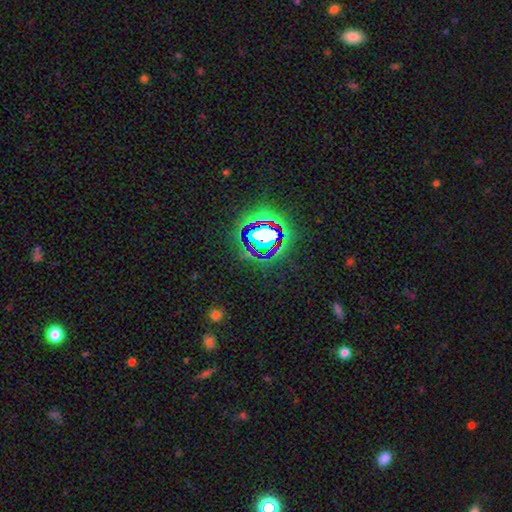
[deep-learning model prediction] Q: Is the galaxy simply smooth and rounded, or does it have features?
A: star or artifact — 81%.